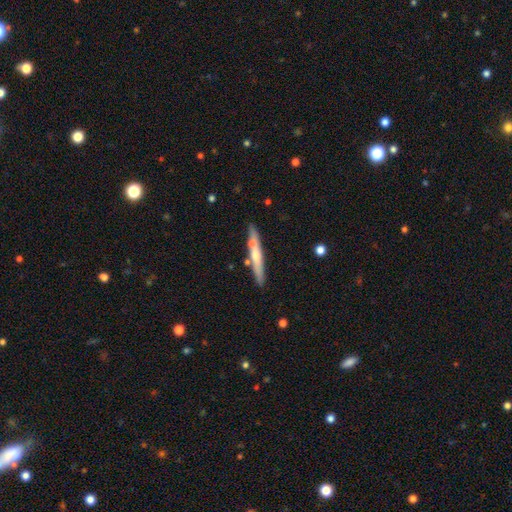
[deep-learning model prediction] Smooth or featured: featured or disk — 52% (smooth — 42%)
Edge-on disk: yes — 92% (no — 8%)
Merging: none — 78% (minor disturbance — 11%)